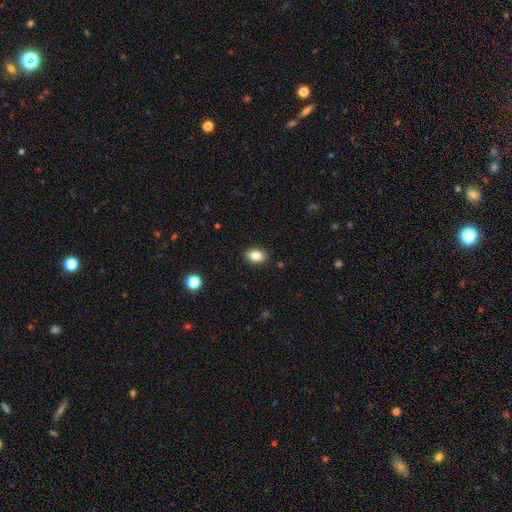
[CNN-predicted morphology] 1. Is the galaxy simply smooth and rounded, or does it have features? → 85% smooth, 9% star or artifact, 7% featured or disk.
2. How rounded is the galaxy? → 84% in between, 15% round, 2% cigar-shaped.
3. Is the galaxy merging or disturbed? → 89% none, 8% minor disturbance, 2% major disturbance, 1% merger.